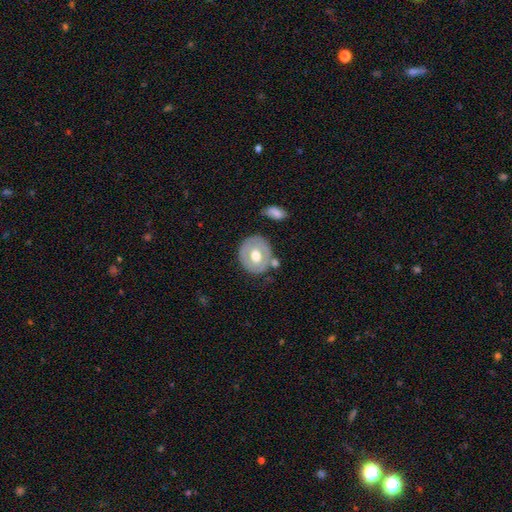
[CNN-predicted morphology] Smooth or featured?
  - smooth: 48% *
  - featured or disk: 46%
  - star or artifact: 6%
Merging?
  - none: 70% *
  - minor disturbance: 16%
  - merger: 8%
  - major disturbance: 6%